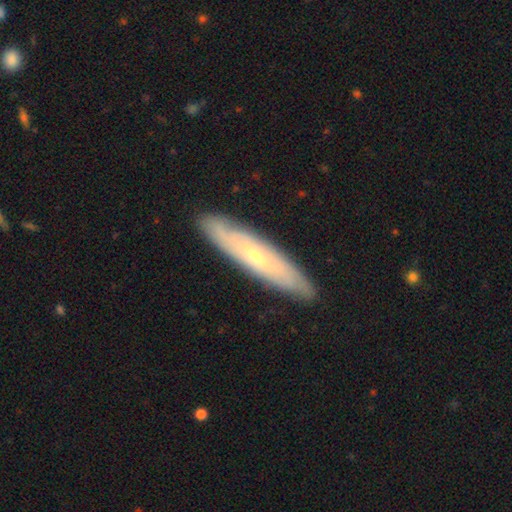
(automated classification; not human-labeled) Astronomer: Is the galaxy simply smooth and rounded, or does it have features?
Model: featured or disk — 61%.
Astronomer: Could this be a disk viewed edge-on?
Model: yes — 51% (runner-up: no, 49%).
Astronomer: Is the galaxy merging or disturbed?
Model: none — 88%.